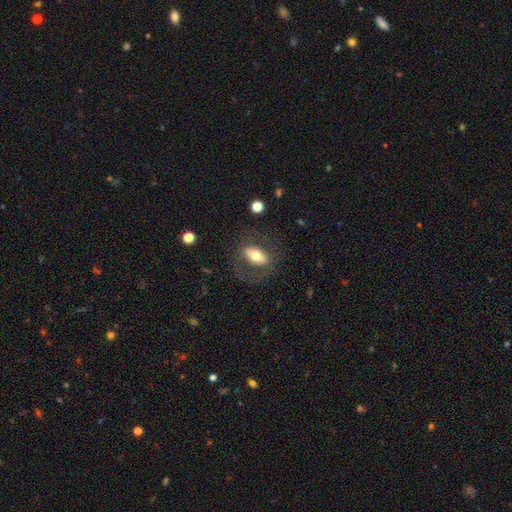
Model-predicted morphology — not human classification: This is possibly a smooth galaxy (53%). How rounded: clearly in between (84%). Merging: likely none (69%).